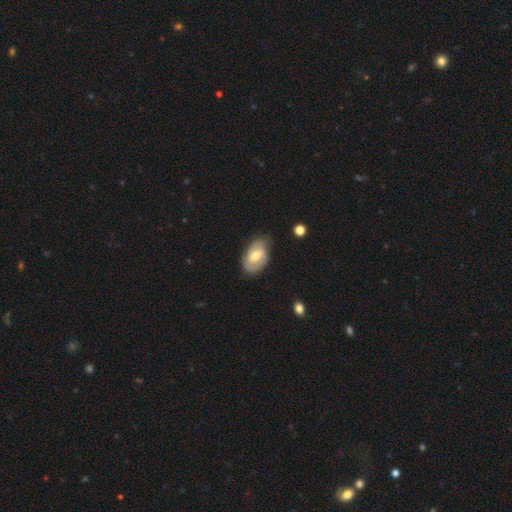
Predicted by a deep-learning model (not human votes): Smooth or featured? Predicted: featured or disk (p=0.69). Edge-on disk? Predicted: no (p=0.96). Bar? Predicted: weak (p=0.52). Spiral arms? Predicted: yes (p=0.86). Spiral winding? Predicted: tight (p=0.44). Spiral arm count? Predicted: 2 (p=0.76). Bulge size? Predicted: moderate (p=0.65). Merging? Predicted: none (p=0.71).